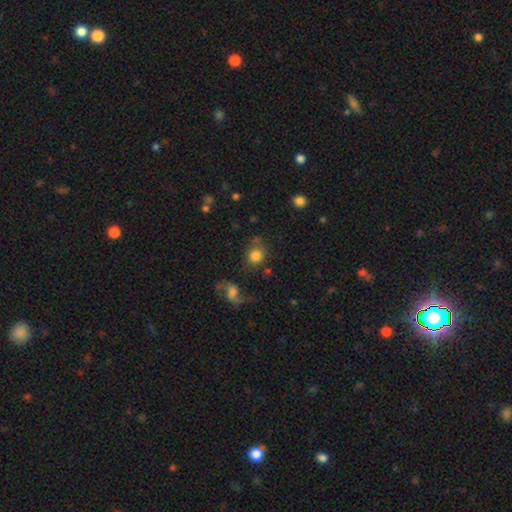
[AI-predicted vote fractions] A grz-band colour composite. It shows a smooth galaxy with no disk features (79%) that is round (81%). Merging: none (68%).